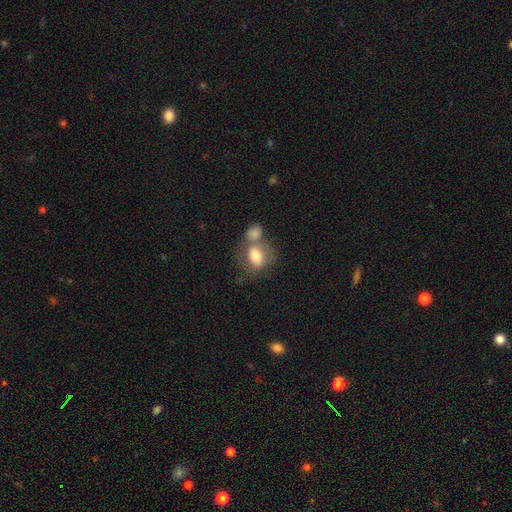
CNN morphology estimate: smooth-or-featured: smooth: 69% | featured or disk: 24% | star or artifact: 7%
  how-rounded: in between: 71% | round: 27% | cigar-shaped: 2%
  merging: merger: 48% | none: 29% | minor disturbance: 13% | major disturbance: 9%